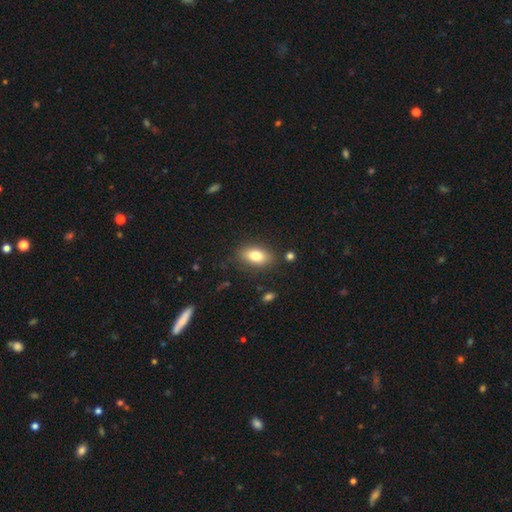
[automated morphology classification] smooth 80%, featured or disk 12%, star or artifact 8%. Down the decision tree: how rounded — in between (88%); merging — none (84%).